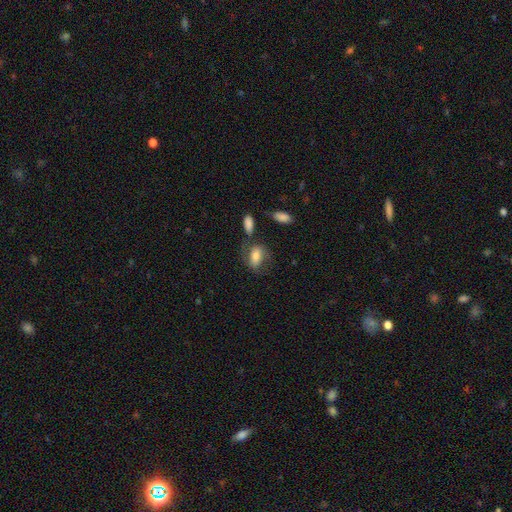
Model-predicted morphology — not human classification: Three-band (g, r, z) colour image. It shows a smooth galaxy with no disk features (61%) that is in between round and cigar-shaped (82%). Merging: none (54%).